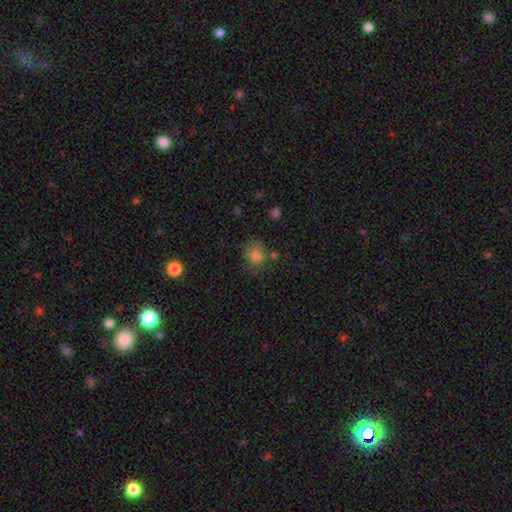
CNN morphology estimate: This appears to be a smooth galaxy with no disk features (80%) that is round (70%). Merging: none (61%).